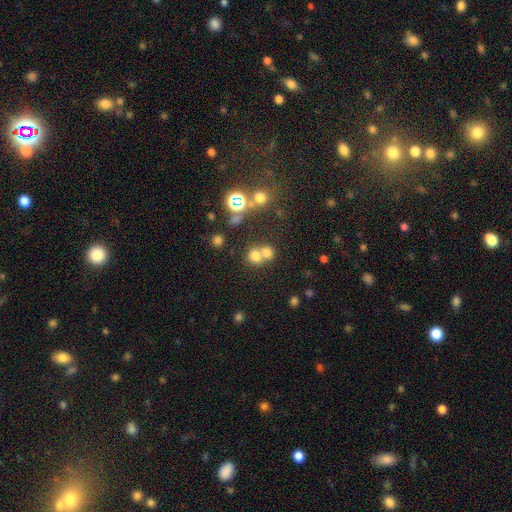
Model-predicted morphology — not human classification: Q: Smooth or featured?
A: smooth (67%); runner-up: star or artifact (21%)
Q: How rounded?
A: round (75%); runner-up: in between (24%)
Q: Merging?
A: merger (49%); runner-up: none (40%)